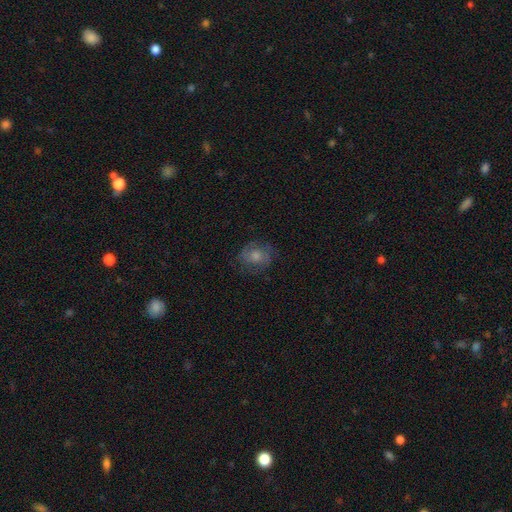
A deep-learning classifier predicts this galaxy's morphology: smooth-or-featured: featured or disk: 46% | smooth: 37% | star or artifact: 17%
  merging: none: 76% | minor disturbance: 16% | major disturbance: 7% | merger: 1%